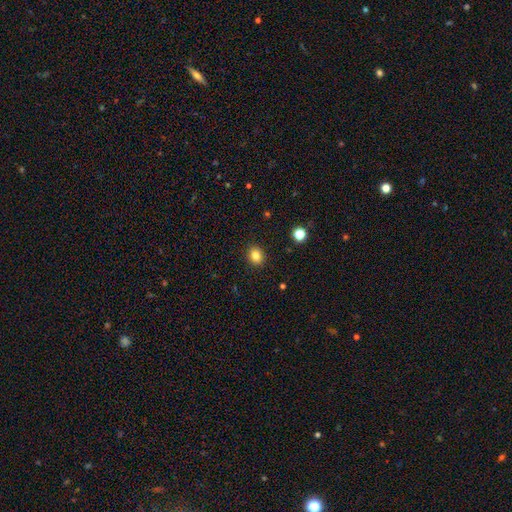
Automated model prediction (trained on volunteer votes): A smooth galaxy with no disk features (83%) that is round (66%). Merging: none (90%).